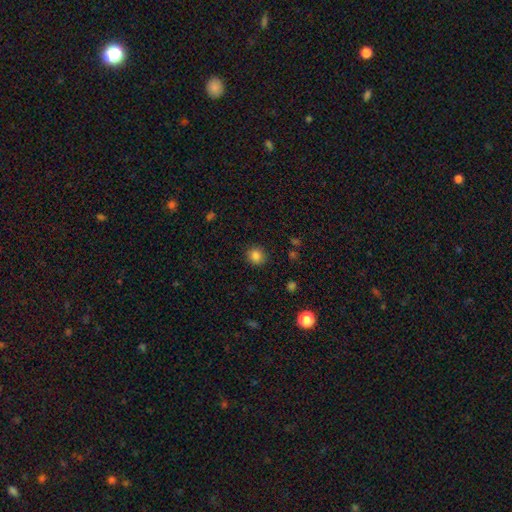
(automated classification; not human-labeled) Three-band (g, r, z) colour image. It shows a smooth galaxy with no disk features (84%) that is round (86%). Merging: none (89%).